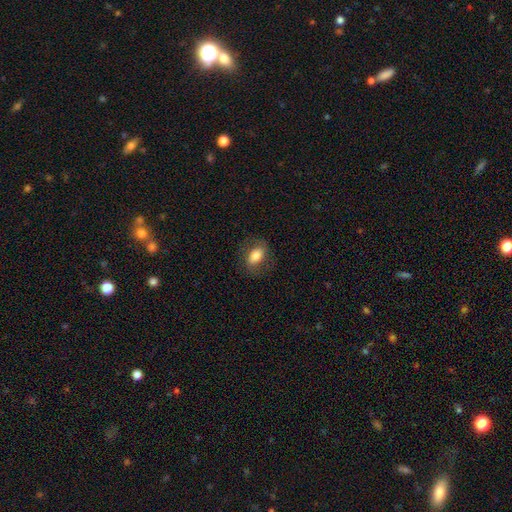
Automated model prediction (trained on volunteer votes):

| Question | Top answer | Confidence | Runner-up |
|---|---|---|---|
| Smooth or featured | smooth | 72% | featured or disk (20%) |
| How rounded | in between | 85% | round (12%) |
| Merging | none | 78% | minor disturbance (14%) |